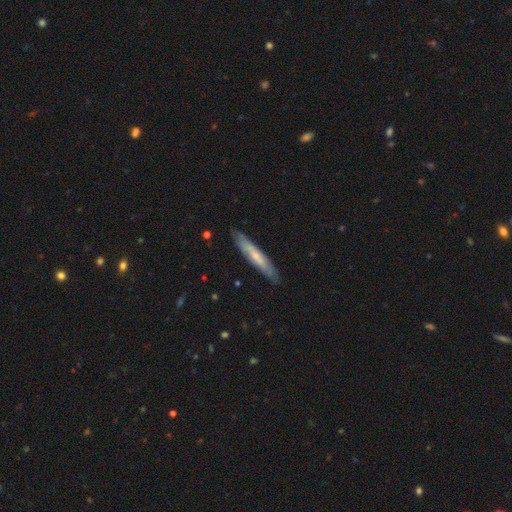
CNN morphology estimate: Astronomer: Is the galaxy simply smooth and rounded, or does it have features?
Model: smooth — 56% (runner-up: featured or disk, 38%).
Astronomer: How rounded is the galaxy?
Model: cigar-shaped — 92%.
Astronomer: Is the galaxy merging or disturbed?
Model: none — 86%.